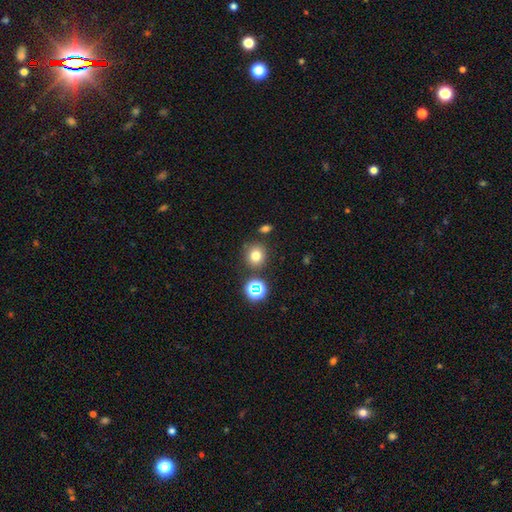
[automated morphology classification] Smooth or featured? Predicted: smooth (p=0.76). How rounded? Predicted: round (p=0.89). Merging? Predicted: none (p=0.81).